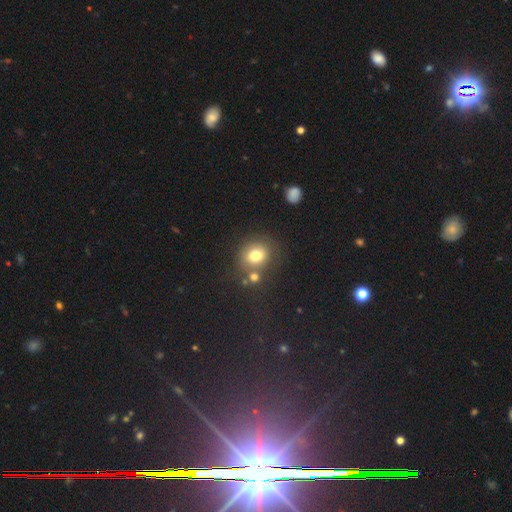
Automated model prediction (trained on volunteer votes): Morphology: type=smooth (77%); roundness=round (68%); merging=none (65%).